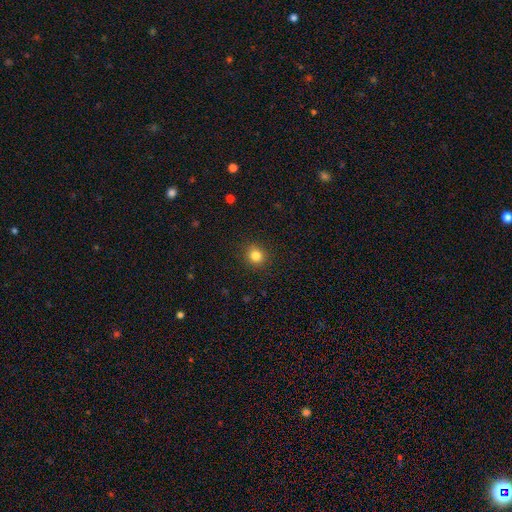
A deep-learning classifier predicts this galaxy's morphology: Q: Smooth or featured?
A: smooth (83%); runner-up: star or artifact (12%)
Q: How rounded?
A: round (86%); runner-up: in between (14%)
Q: Merging?
A: none (90%); runner-up: minor disturbance (6%)